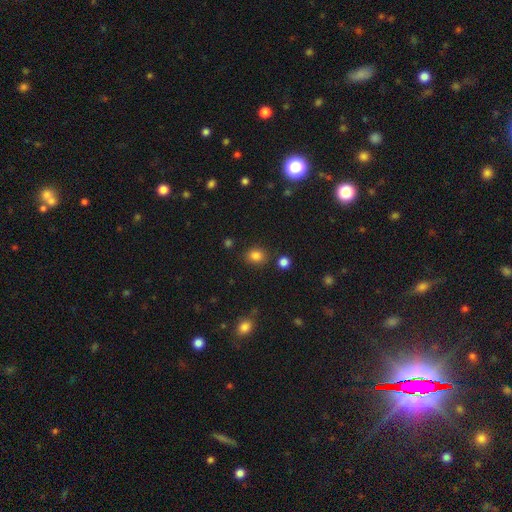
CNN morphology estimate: smooth-or-featured: smooth: 83% | star or artifact: 13% | featured or disk: 5%
  how-rounded: round: 66% | in between: 33% | cigar-shaped: 1%
  merging: none: 83% | minor disturbance: 10% | merger: 4% | major disturbance: 3%